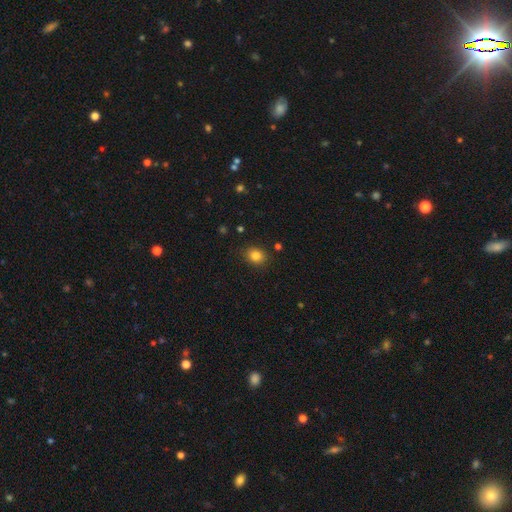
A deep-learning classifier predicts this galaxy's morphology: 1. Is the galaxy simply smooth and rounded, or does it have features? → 82% smooth, 11% star or artifact, 6% featured or disk.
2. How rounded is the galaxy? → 62% round, 37% in between, 1% cigar-shaped.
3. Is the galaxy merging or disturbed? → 87% none, 9% minor disturbance, 2% major disturbance, 1% merger.